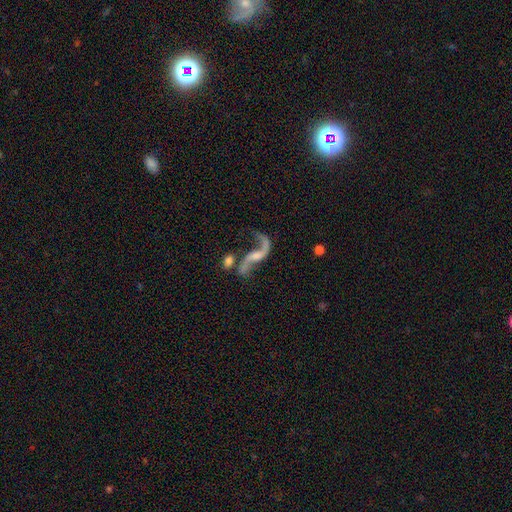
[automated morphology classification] smooth-or-featured: featured or disk: 85% | star or artifact: 8% | smooth: 7%
  disk-edge-on: no: 92% | yes: 8%
    bar: no: 50% | weak: 36% | strong: 14%
    has-spiral-arms: yes: 92% | no: 8%
      spiral-winding: loose: 92% | medium: 6% | tight: 2%
      spiral-arm-count: 2: 89% | 1: 7% | can't tell: 2% | 3: 1% | 4: 1% | more than 4: 1%
    bulge-size: small: 42% | moderate: 28% | none: 23% | large: 4% | dominant: 2%
  merging: none: 46% | merger: 23% | major disturbance: 16% | minor disturbance: 15%